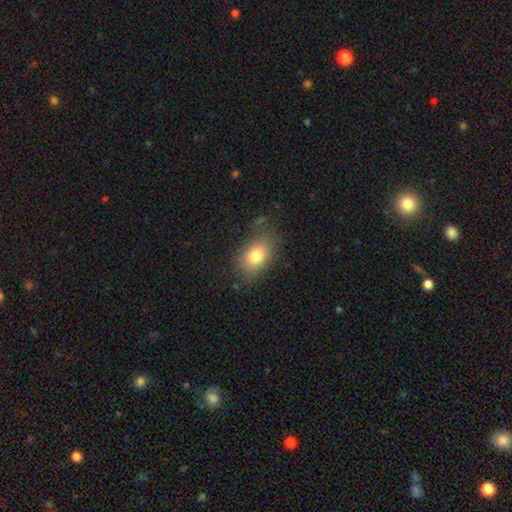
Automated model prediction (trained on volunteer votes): Overall: smooth (79%). How rounded: in between (80%). Merging: none (74%).